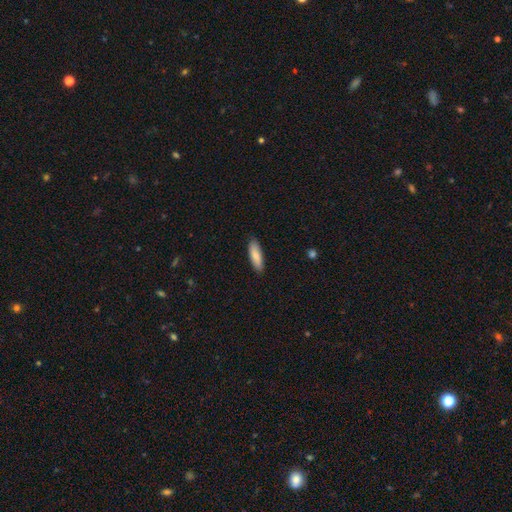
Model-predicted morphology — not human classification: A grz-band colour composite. It shows a smooth galaxy with no disk features (86%) that is cigar-shaped (50%). Merging: none (88%).